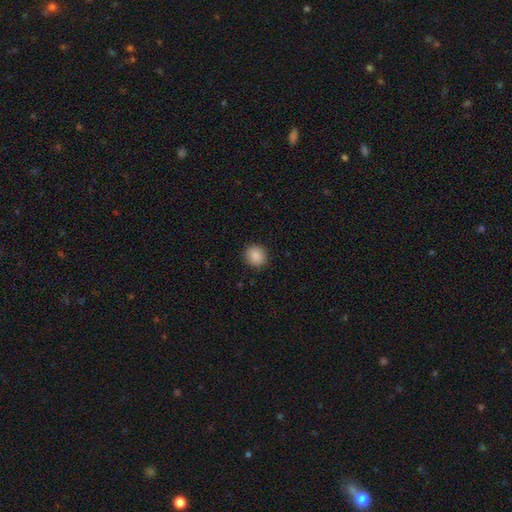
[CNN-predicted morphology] The model was most divided on "how rounded": round: 83%, in between: 16%, cigar-shaped: 1%. More confident: merging — none (91%); smooth or featured — smooth (87%).